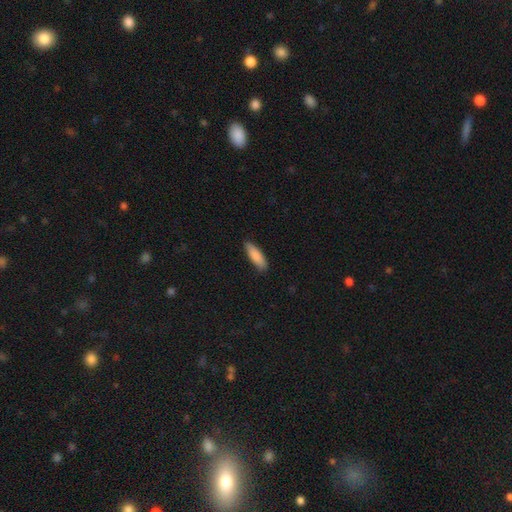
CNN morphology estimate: Smooth or featured: smooth — 88% (featured or disk — 7%)
How rounded: cigar-shaped — 53% (in between — 45%)
Merging: none — 86% (minor disturbance — 11%)